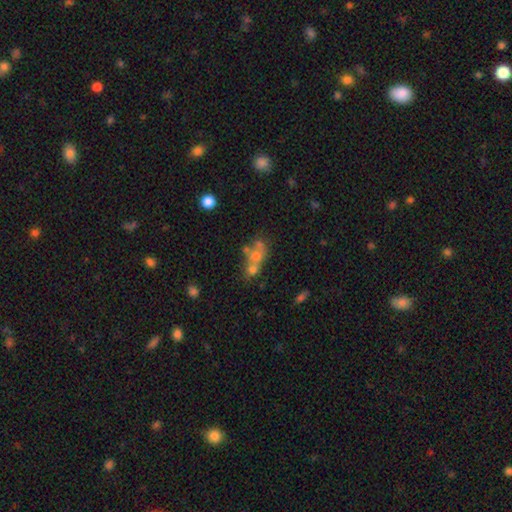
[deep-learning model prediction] A smooth galaxy with no disk features (54%) that is round (62%).

Vote fractions:
- Smooth or featured? smooth: 54% / featured or disk: 28% / star or artifact: 18%
- How rounded? round: 62% / in between: 35% / cigar-shaped: 3%
- Merging? merger: 57% / none: 28% / minor disturbance: 8% / major disturbance: 7%